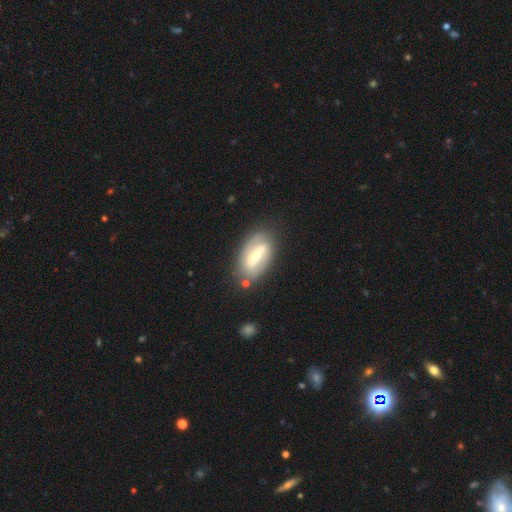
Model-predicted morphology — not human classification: smooth-or-featured: featured or disk: 61% | smooth: 33% | star or artifact: 6%
  disk-edge-on: no: 85% | yes: 15%
    bar: strong: 63% | weak: 27% | no: 10%
    has-spiral-arms: no: 51% | yes: 49%
    bulge-size: moderate: 50% | small: 39% | large: 7% | none: 3% | dominant: 1%
  merging: none: 76% | minor disturbance: 15% | major disturbance: 5% | merger: 3%